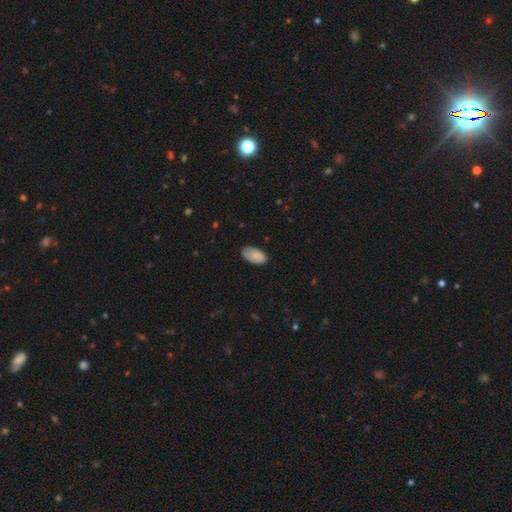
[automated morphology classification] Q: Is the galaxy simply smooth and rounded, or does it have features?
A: smooth — 88%.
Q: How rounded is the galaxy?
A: in between — 95%.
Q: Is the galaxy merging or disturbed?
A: none — 79%.